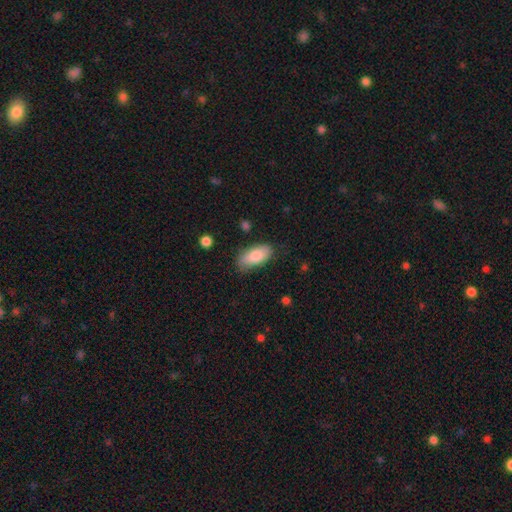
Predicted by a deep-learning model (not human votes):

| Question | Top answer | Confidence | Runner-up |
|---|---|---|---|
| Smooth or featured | smooth | 83% | featured or disk (11%) |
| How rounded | in between | 89% | cigar-shaped (9%) |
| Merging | none | 76% | minor disturbance (18%) |